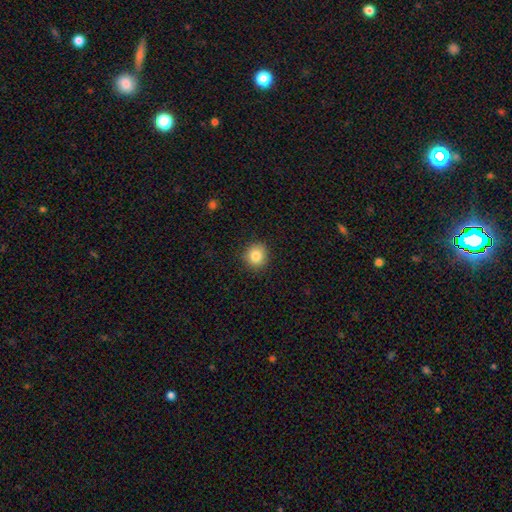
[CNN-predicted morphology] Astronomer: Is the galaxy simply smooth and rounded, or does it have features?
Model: smooth — 84%.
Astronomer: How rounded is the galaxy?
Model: round — 88%.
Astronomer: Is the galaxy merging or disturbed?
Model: none — 88%.